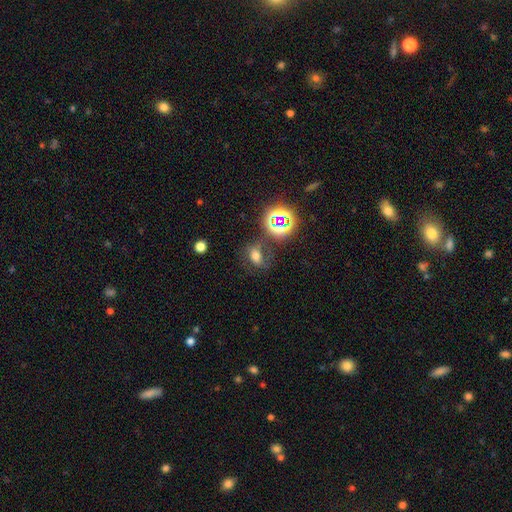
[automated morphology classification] Smooth or featured?
  - smooth: 55% *
  - star or artifact: 27%
  - featured or disk: 19%
How rounded?
  - in between: 72% *
  - round: 25%
  - cigar-shaped: 3%
Merging?
  - none: 57% *
  - minor disturbance: 20%
  - major disturbance: 13%
  - merger: 10%